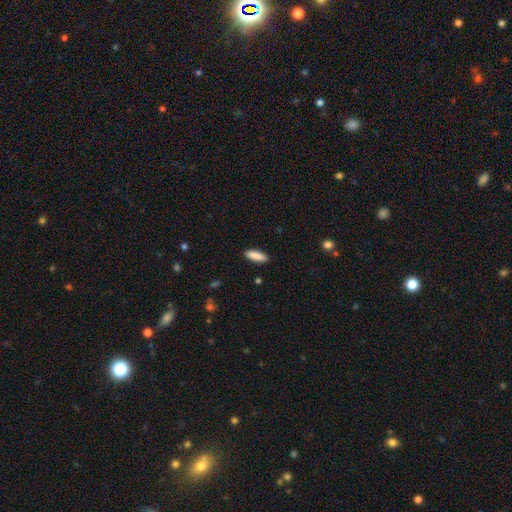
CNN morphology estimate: type=smooth (88%); roundness=in between (50%); merging=none (89%).